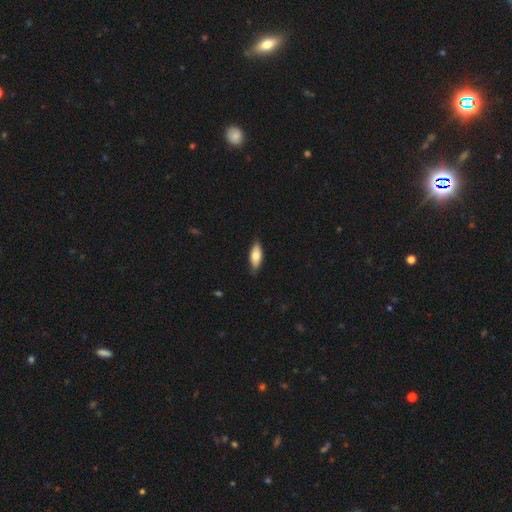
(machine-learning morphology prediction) This is likely a smooth galaxy (76%). How rounded: likely in between (78%). Merging: clearly none (82%).